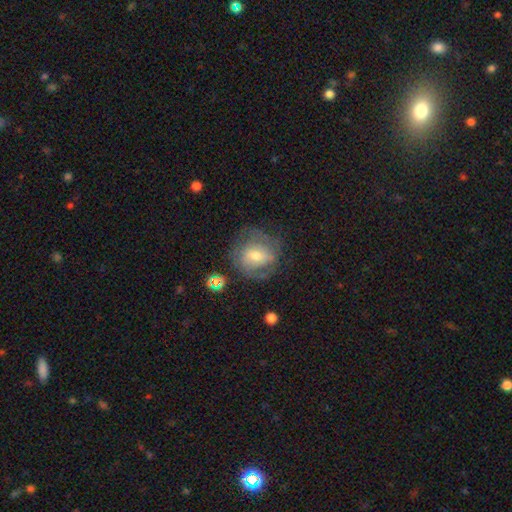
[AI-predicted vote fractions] smooth-or-featured: featured or disk: 53% | smooth: 38% | star or artifact: 9%
  disk-edge-on: no: 96% | yes: 4%
    bar: weak: 44% | no: 40% | strong: 16%
    has-spiral-arms: yes: 70% | no: 30%
    bulge-size: moderate: 54% | small: 36% | large: 6% | none: 2% | dominant: 1%
  merging: none: 63% | minor disturbance: 21% | major disturbance: 14% | merger: 2%